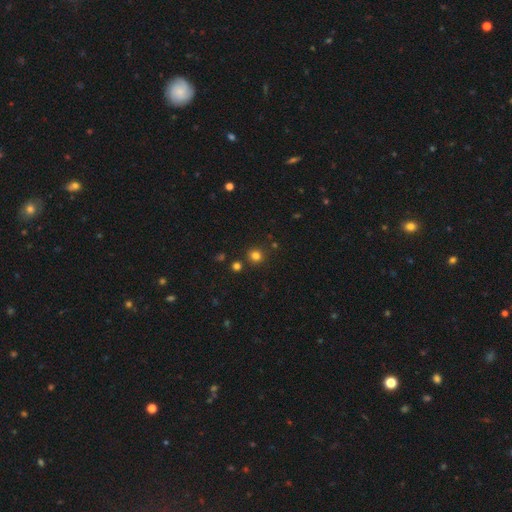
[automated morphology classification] Smooth or featured? smooth (78%)
How rounded? round (90%)
Merging? none (85%)